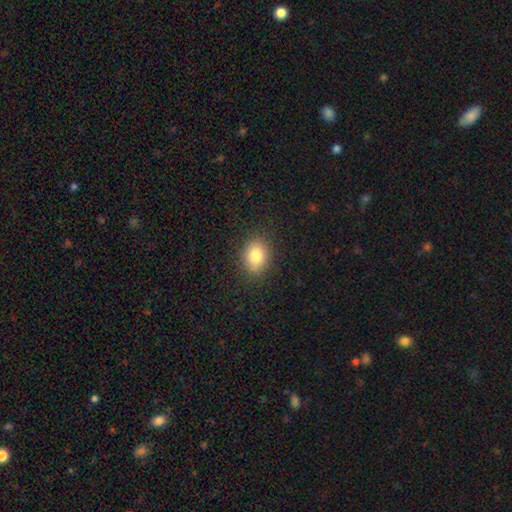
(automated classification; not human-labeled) Smooth or featured: smooth — 82% (star or artifact — 10%)
How rounded: in between — 56% (round — 43%)
Merging: none — 86% (minor disturbance — 10%)